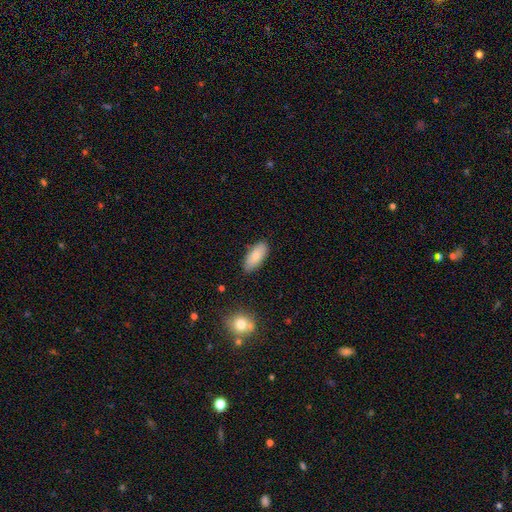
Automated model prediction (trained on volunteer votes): A smooth galaxy with no disk features (78%) that is in between round and cigar-shaped (86%). Merging: none (85%).